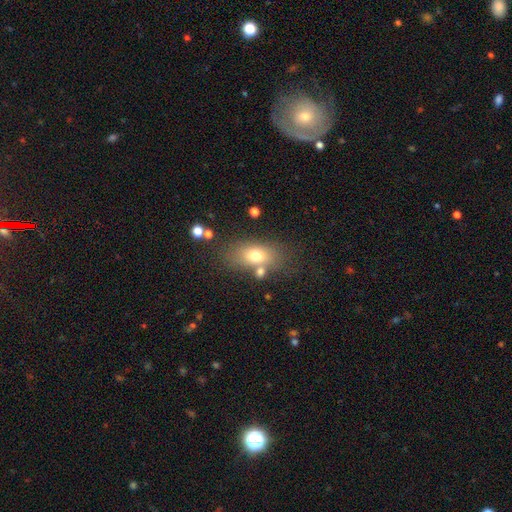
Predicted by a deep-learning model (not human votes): Overall: smooth (70%). How rounded: in between (80%). Merging: none (62%).